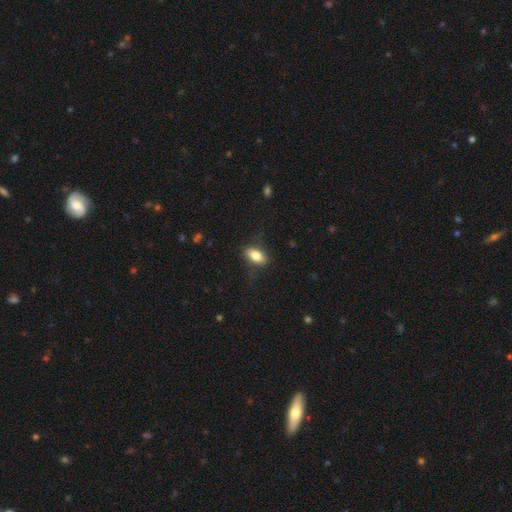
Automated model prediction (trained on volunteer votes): Smooth or featured?
  - smooth: 79% *
  - featured or disk: 13%
  - star or artifact: 7%
How rounded?
  - in between: 86% *
  - cigar-shaped: 9%
  - round: 6%
Merging?
  - none: 80% *
  - minor disturbance: 15%
  - major disturbance: 5%
  - merger: 1%